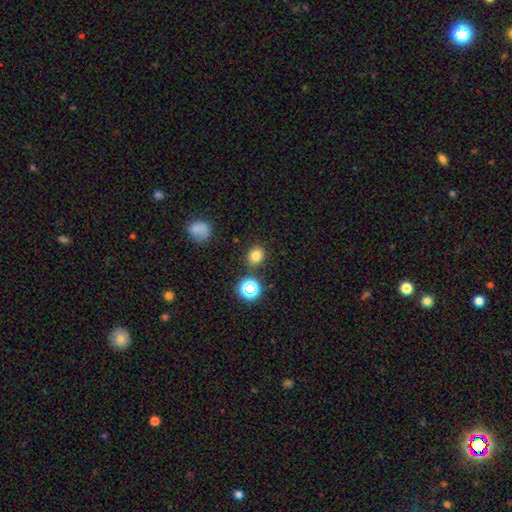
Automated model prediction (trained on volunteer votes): A smooth galaxy with no disk features (77%) that is round (75%).

Vote fractions:
- Smooth or featured? smooth: 77% / star or artifact: 17% / featured or disk: 6%
- How rounded? round: 75% / in between: 24% / cigar-shaped: 1%
- Merging? none: 83% / minor disturbance: 9% / merger: 5% / major disturbance: 3%